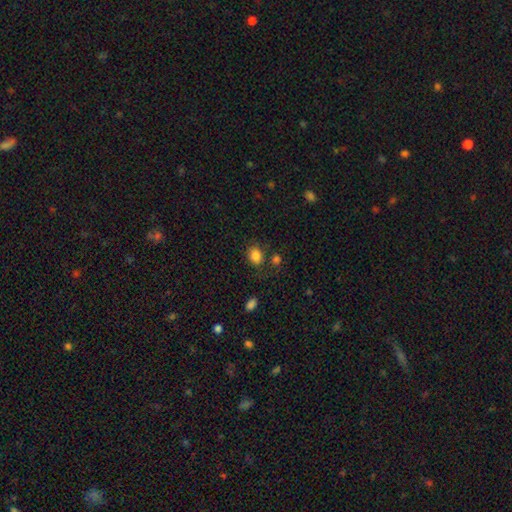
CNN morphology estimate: type=smooth (84%); roundness=round (53%); merging=none (69%).